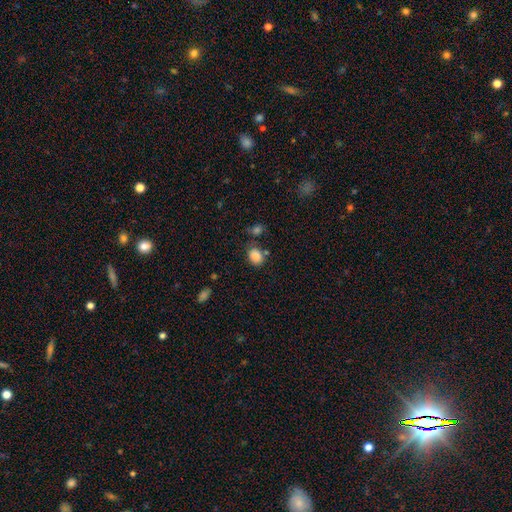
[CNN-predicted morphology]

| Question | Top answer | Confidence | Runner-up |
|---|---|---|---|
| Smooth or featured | smooth | 85% | star or artifact (9%) |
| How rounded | in between | 61% | round (38%) |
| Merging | none | 69% | minor disturbance (16%) |